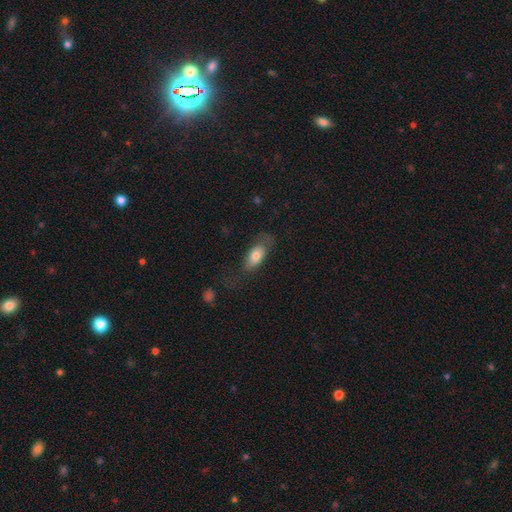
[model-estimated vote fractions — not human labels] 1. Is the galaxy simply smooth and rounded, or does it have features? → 74% smooth, 19% featured or disk, 7% star or artifact.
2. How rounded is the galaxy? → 85% in between, 12% cigar-shaped, 4% round.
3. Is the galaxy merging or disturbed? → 51% none, 26% minor disturbance, 21% major disturbance, 2% merger.